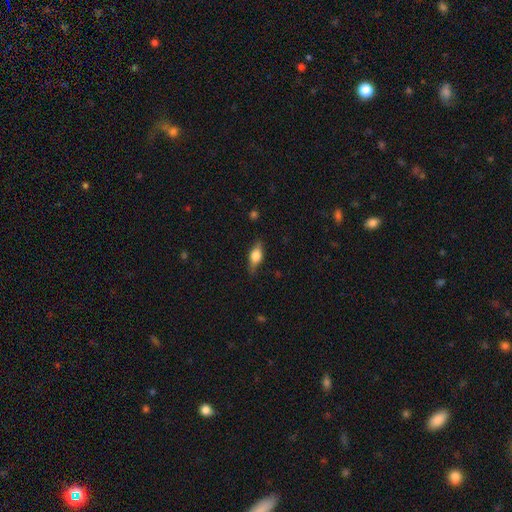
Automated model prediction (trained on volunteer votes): smooth_or_featured: smooth (p=0.57) [alt: featured or disk p=0.36]
how_rounded: in between (p=0.73) [alt: cigar-shaped p=0.19]
merging: none (p=0.77) [alt: minor disturbance p=0.18]